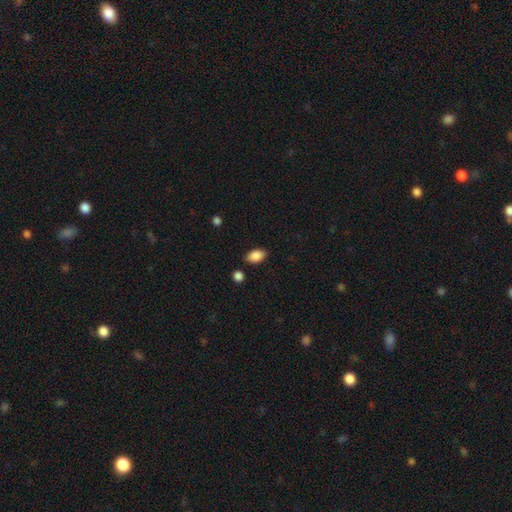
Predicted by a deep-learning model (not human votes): smooth 88%, star or artifact 8%, featured or disk 5%. Down the decision tree: how rounded — in between (91%); merging — none (84%).